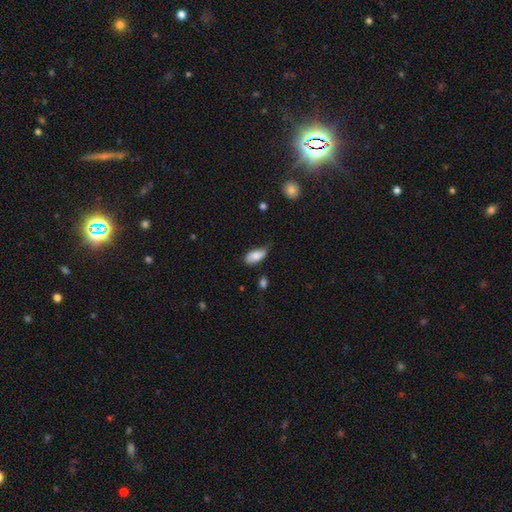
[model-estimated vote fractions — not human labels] Morphology: type=smooth (79%); roundness=in between (90%); merging=minor disturbance (43%).